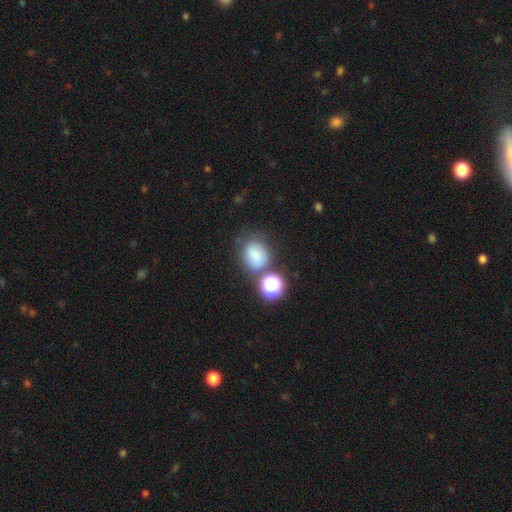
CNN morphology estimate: Q: Smooth or featured?
A: smooth (72%); runner-up: star or artifact (16%)
Q: How rounded?
A: round (64%); runner-up: in between (35%)
Q: Merging?
A: none (59%); runner-up: minor disturbance (18%)